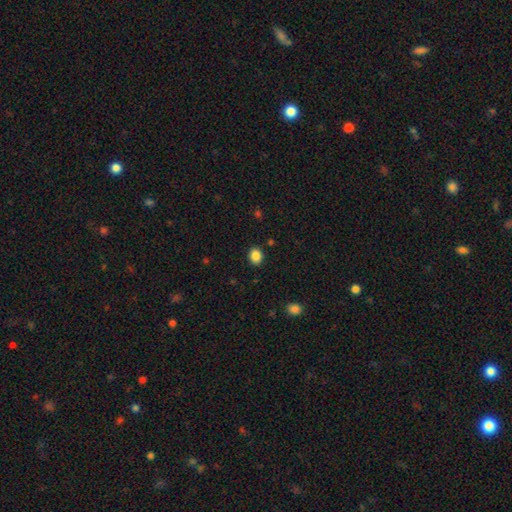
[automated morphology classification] A smooth galaxy with no disk features (86%) that is round (59%).

Vote fractions:
- Smooth or featured? smooth: 86% / star or artifact: 10% / featured or disk: 4%
- How rounded? round: 59% / in between: 40% / cigar-shaped: 1%
- Merging? none: 89% / minor disturbance: 7% / major disturbance: 2% / merger: 2%